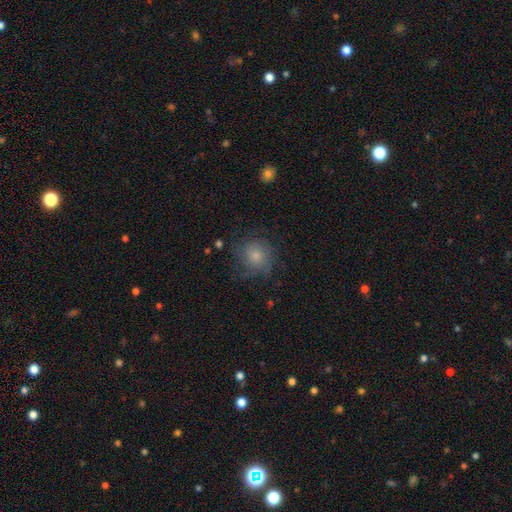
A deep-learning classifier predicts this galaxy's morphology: Overall: smooth (58%; featured or disk 31%). How rounded: round (84%). Merging: none (61%; minor disturbance 22%).